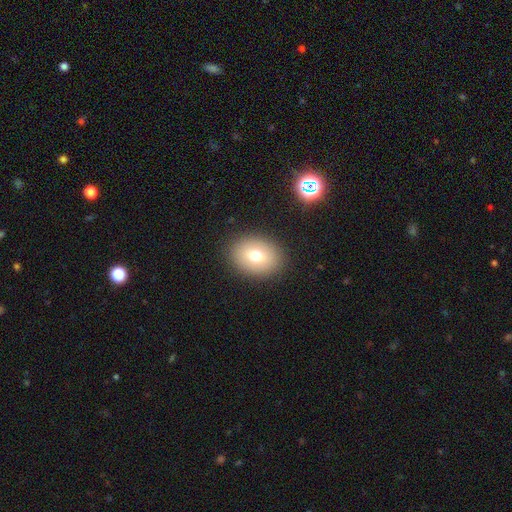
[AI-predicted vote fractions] Morphology: type=smooth (72%); roundness=in between (60%); merging=none (88%).